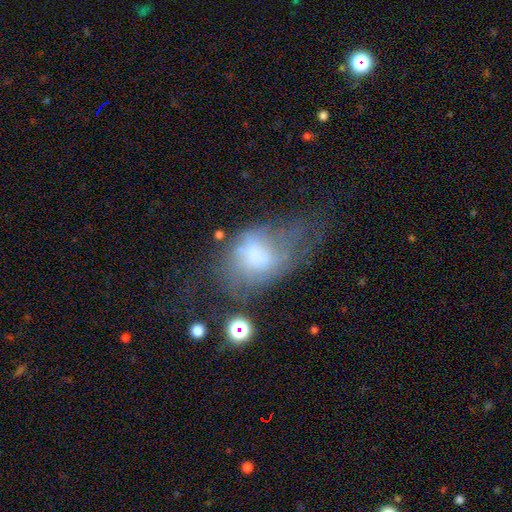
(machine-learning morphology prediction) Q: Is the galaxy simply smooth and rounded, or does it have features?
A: smooth — 45%.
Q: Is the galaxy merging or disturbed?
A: major disturbance — 46%.